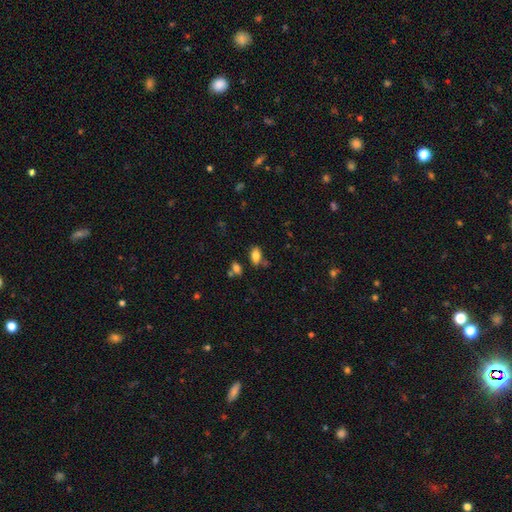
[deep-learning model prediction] Morphology: type=smooth (81%); roundness=in between (91%); merging=none (73%).